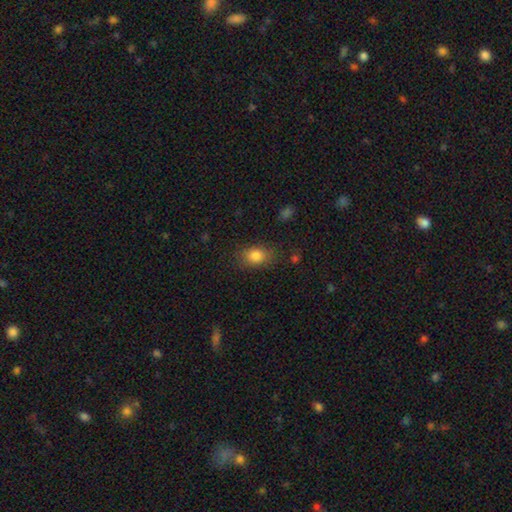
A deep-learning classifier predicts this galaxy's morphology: Q: Smooth or featured?
A: smooth (83%); runner-up: star or artifact (10%)
Q: How rounded?
A: in between (70%); runner-up: round (28%)
Q: Merging?
A: none (80%); runner-up: minor disturbance (14%)